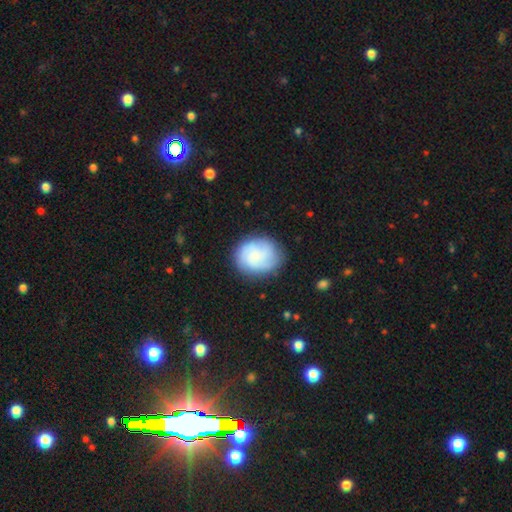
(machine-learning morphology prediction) smooth_or_featured: smooth (p=0.55) [alt: featured or disk p=0.37]
how_rounded: round (p=0.66) [alt: in between p=0.33]
merging: none (p=0.75) [alt: minor disturbance p=0.17]